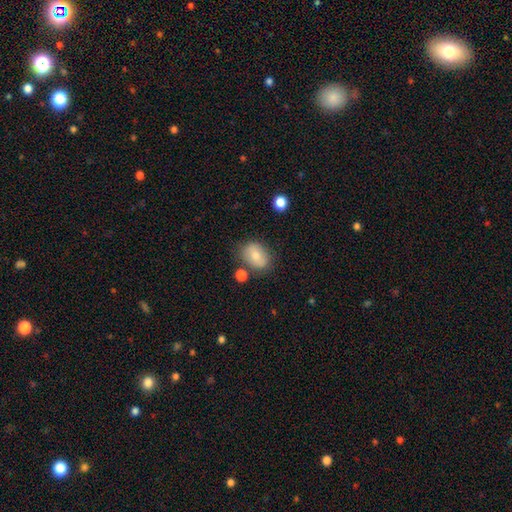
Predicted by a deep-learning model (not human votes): smooth-or-featured: smooth: 73% | featured or disk: 18% | star or artifact: 8%
  how-rounded: in between: 68% | round: 31% | cigar-shaped: 1%
  merging: none: 72% | minor disturbance: 17% | merger: 7% | major disturbance: 5%